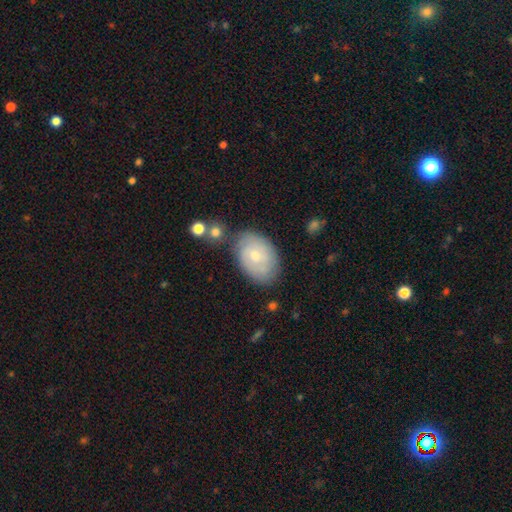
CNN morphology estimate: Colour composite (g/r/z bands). It shows a smooth galaxy with no disk features (48%). Merging: none (71%).